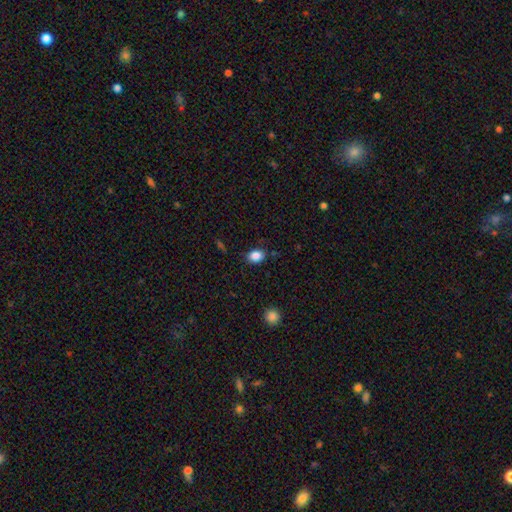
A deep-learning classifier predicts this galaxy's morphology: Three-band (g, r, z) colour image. It shows a smooth galaxy with no disk features (86%) that is in between round and cigar-shaped (69%). Merging: none (84%).